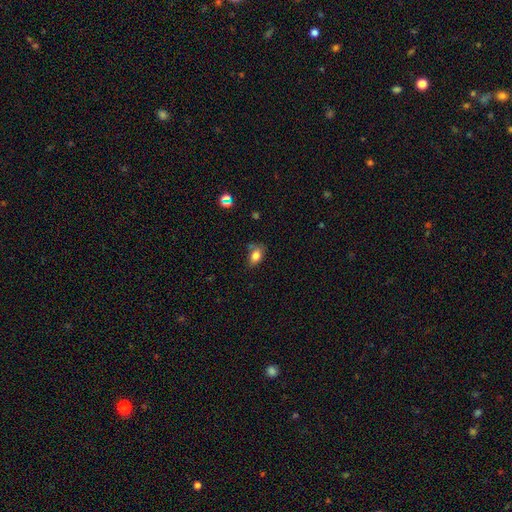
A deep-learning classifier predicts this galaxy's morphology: Smooth or featured? Predicted: smooth (p=0.81). How rounded? Predicted: in between (p=0.83). Merging? Predicted: none (p=0.63).